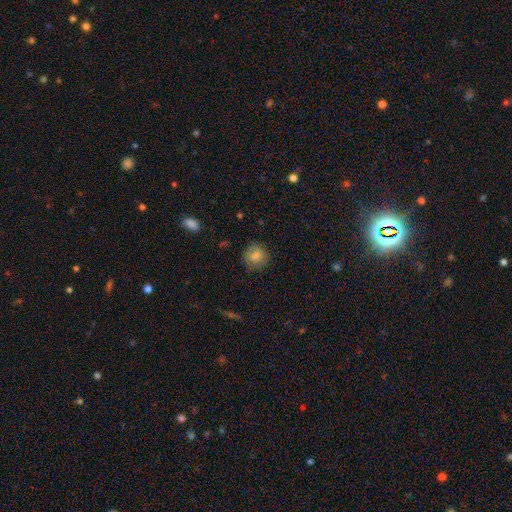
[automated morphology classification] A smooth galaxy with no disk features (80%) that is round (85%).

Vote fractions:
- Smooth or featured? smooth: 80% / featured or disk: 11% / star or artifact: 9%
- How rounded? round: 85% / in between: 14% / cigar-shaped: 1%
- Merging? none: 79% / minor disturbance: 16% / major disturbance: 4% / merger: 1%